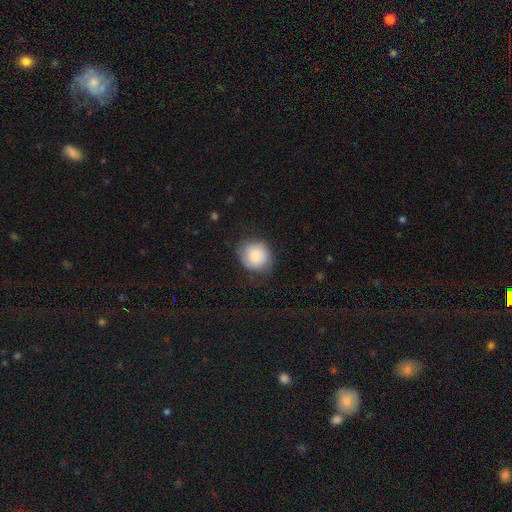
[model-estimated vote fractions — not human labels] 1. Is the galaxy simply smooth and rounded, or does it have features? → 81% smooth, 12% featured or disk, 7% star or artifact.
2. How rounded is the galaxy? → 82% round, 17% in between, 1% cigar-shaped.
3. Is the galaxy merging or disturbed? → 68% none, 23% minor disturbance, 8% major disturbance, 1% merger.